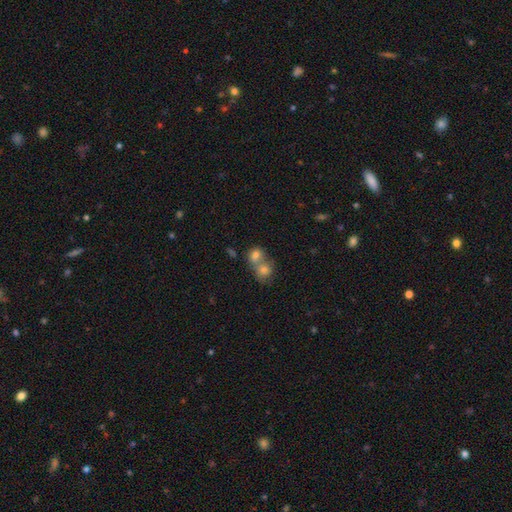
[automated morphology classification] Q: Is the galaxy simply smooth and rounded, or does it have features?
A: smooth — 74%.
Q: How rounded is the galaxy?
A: round — 71%.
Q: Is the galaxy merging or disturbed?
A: merger — 63%.